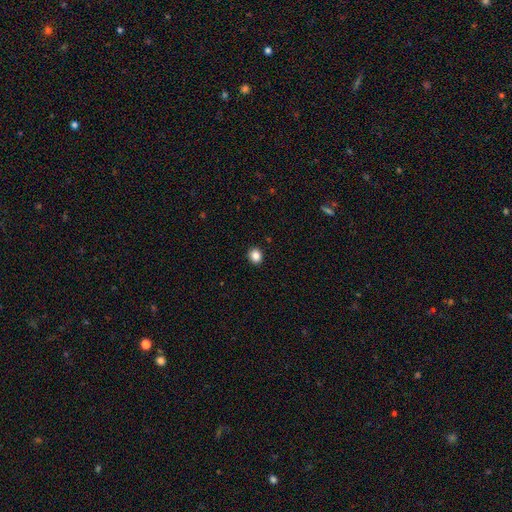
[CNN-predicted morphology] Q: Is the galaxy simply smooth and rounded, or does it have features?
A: smooth — 86%.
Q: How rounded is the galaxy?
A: round — 73%.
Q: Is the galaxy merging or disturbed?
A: none — 92%.